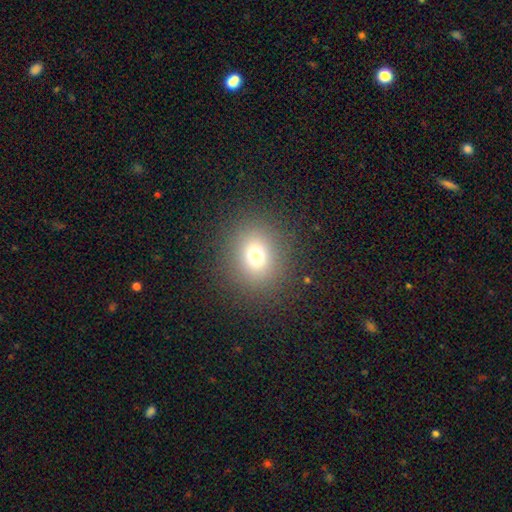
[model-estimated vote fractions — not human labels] Smooth or featured: smooth — 71% (star or artifact — 19%)
How rounded: round — 79% (in between — 20%)
Merging: none — 87% (minor disturbance — 7%)